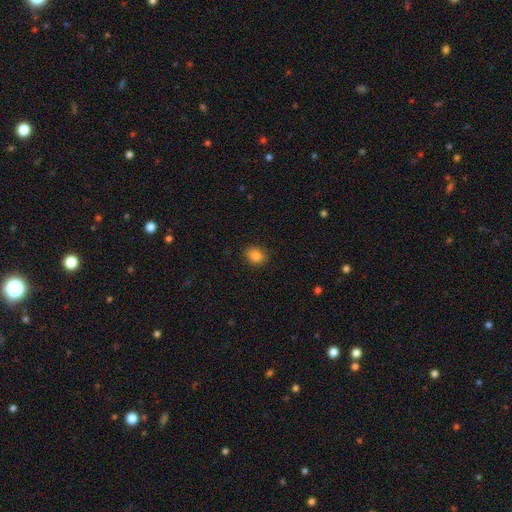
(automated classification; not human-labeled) smooth_or_featured: smooth (p=0.83) [alt: star or artifact p=0.10]
how_rounded: round (p=0.52) [alt: in between p=0.47]
merging: none (p=0.88) [alt: minor disturbance p=0.09]